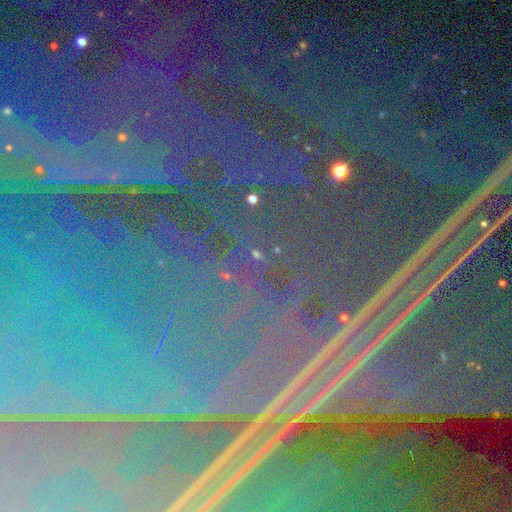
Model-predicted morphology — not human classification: Smooth or featured? Predicted: star or artifact (p=0.89).